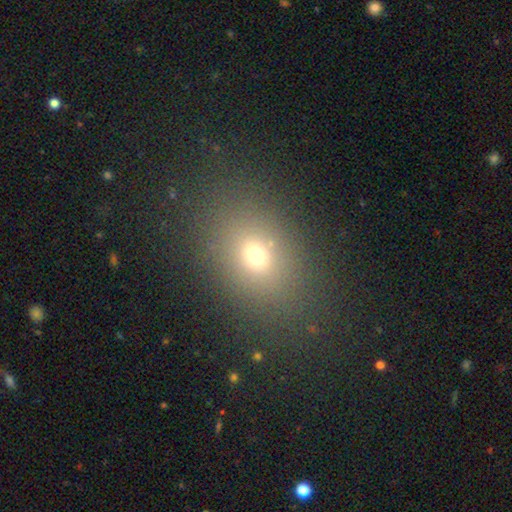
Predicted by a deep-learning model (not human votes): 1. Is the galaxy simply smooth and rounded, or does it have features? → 68% smooth, 20% star or artifact, 12% featured or disk.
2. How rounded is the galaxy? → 67% in between, 32% round, 2% cigar-shaped.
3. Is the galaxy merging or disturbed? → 85% none, 9% minor disturbance, 4% major disturbance, 2% merger.